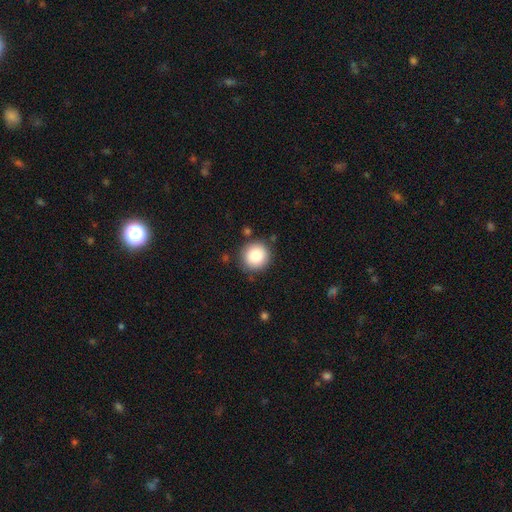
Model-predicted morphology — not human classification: Smooth or featured?
  - smooth: 86% *
  - star or artifact: 8%
  - featured or disk: 6%
How rounded?
  - round: 94% *
  - in between: 5%
  - cigar-shaped: 1%
Merging?
  - none: 86% *
  - minor disturbance: 9%
  - major disturbance: 3%
  - merger: 2%